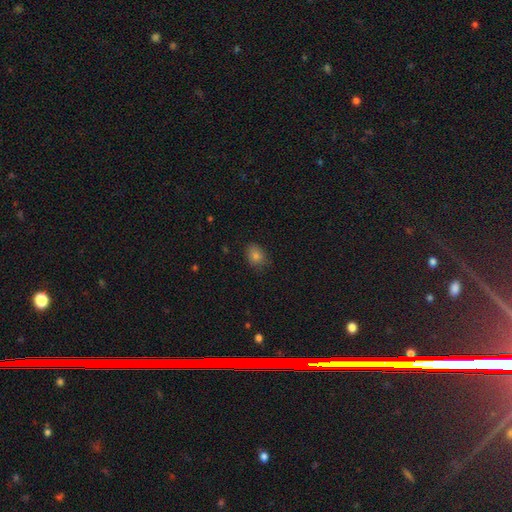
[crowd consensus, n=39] Smooth or featured? smooth (85%)
How rounded? round (52%)
Merging? none (63%)